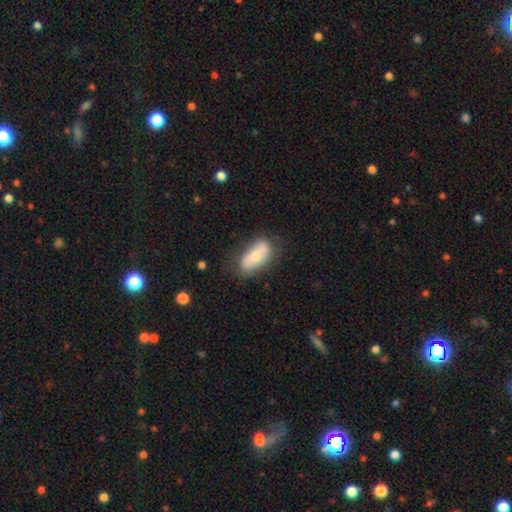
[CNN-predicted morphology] smooth-or-featured: smooth: 59% | featured or disk: 34% | star or artifact: 6%
  how-rounded: in between: 87% | cigar-shaped: 9% | round: 4%
  merging: none: 71% | minor disturbance: 21% | major disturbance: 6% | merger: 2%